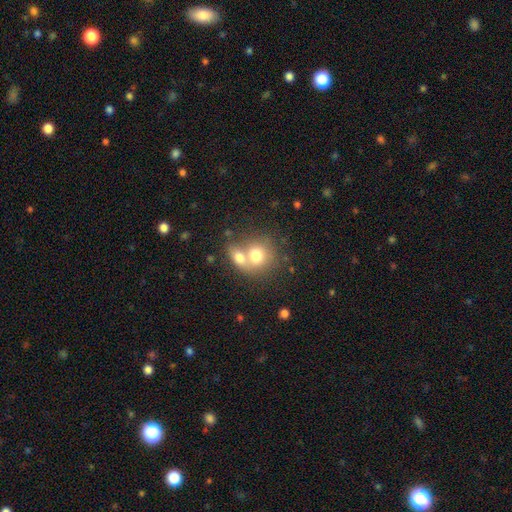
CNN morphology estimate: smooth-or-featured: smooth: 72% | featured or disk: 19% | star or artifact: 9%
  how-rounded: round: 69% | in between: 29% | cigar-shaped: 1%
  merging: merger: 63% | none: 26% | minor disturbance: 7% | major disturbance: 4%